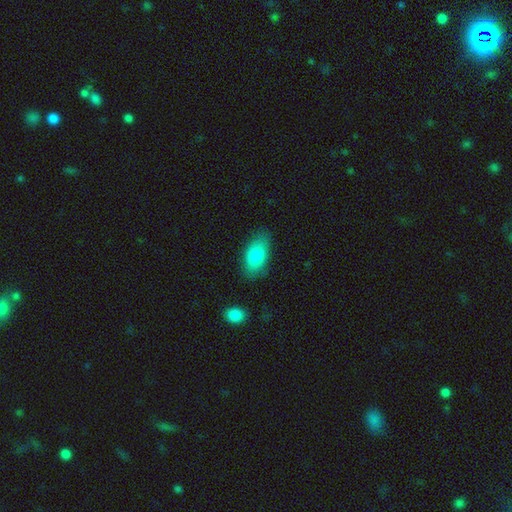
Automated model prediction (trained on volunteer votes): The model was most divided on "merging": none: 79%, minor disturbance: 15%, major disturbance: 4%, merger: 2%. More confident: how rounded — in between (91%); smooth or featured — smooth (81%).